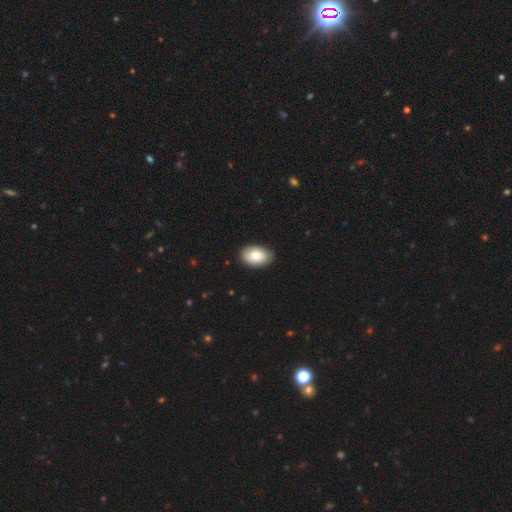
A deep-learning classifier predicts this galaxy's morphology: smooth-or-featured: smooth: 81% | featured or disk: 12% | star or artifact: 6%
  how-rounded: in between: 89% | round: 10% | cigar-shaped: 1%
  merging: none: 87% | minor disturbance: 10% | major disturbance: 2% | merger: 1%